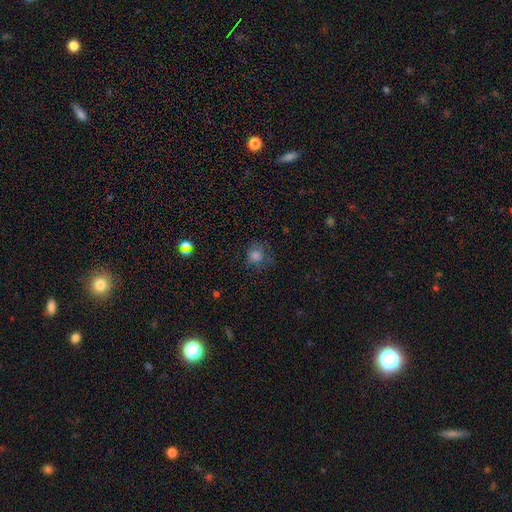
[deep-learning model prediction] This appears to be a smooth galaxy with no disk features (73%) that is round (83%). Merging: none (69%).